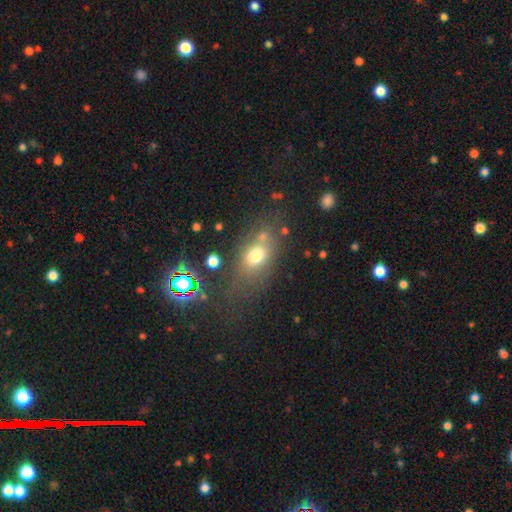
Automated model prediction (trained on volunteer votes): Q: Smooth or featured?
A: smooth (70%); runner-up: star or artifact (15%)
Q: How rounded?
A: in between (66%); runner-up: round (30%)
Q: Merging?
A: none (55%); runner-up: minor disturbance (19%)